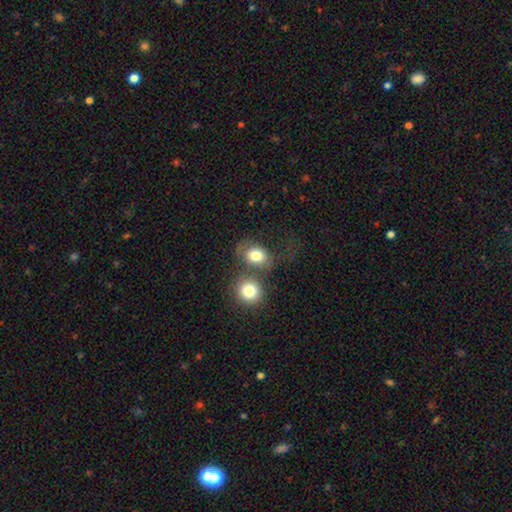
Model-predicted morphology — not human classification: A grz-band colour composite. It shows a smooth galaxy with no disk features (75%) that is in between round and cigar-shaped (50%). Merging: merger (40%).